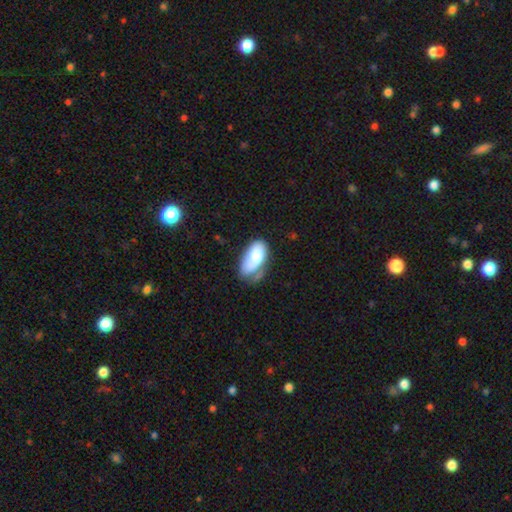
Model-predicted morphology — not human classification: This appears to be a smooth galaxy with no disk features (73%) that is in between round and cigar-shaped (93%). Merging: minor disturbance (33%, tied with none).